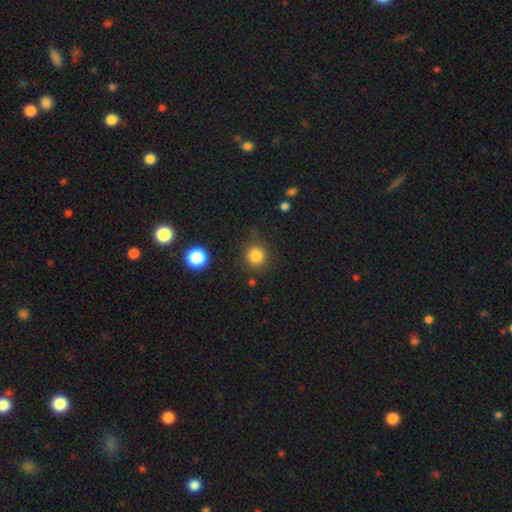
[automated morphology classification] Overall: smooth (84%). How rounded: round (90%). Merging: none (81%).